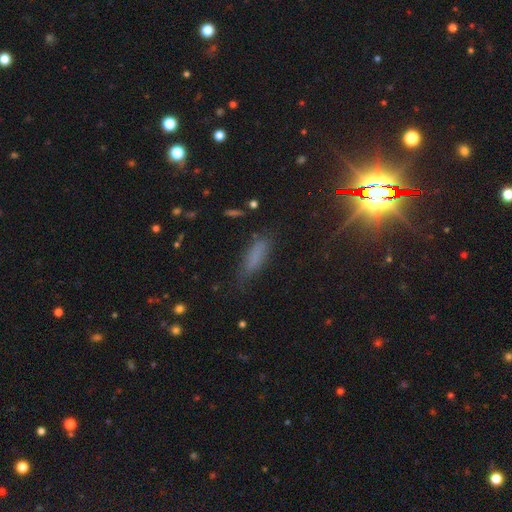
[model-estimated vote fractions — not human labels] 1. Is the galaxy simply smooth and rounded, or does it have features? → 67% smooth, 20% star or artifact, 13% featured or disk.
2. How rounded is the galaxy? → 51% cigar-shaped, 46% in between, 3% round.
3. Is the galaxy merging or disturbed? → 65% none, 24% minor disturbance, 8% major disturbance, 3% merger.